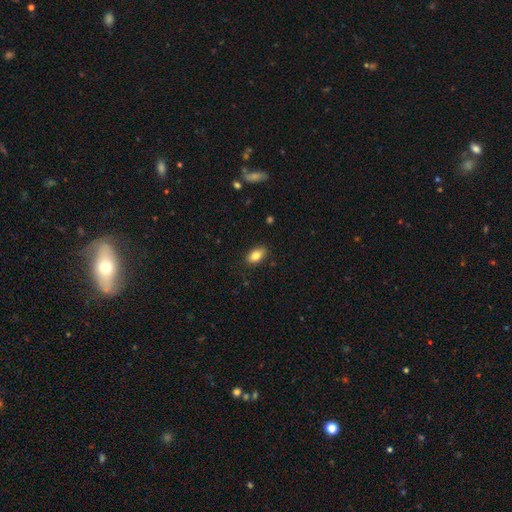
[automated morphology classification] smooth_or_featured: smooth (p=0.82) [alt: featured or disk p=0.10]
how_rounded: in between (p=0.90) [alt: round p=0.06]
merging: none (p=0.86) [alt: minor disturbance p=0.10]